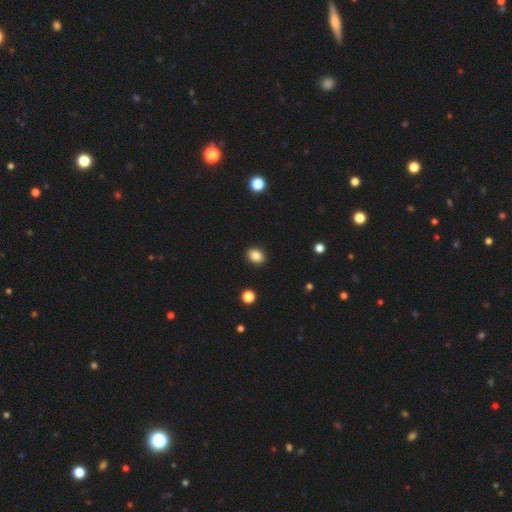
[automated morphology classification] A smooth galaxy with no disk features (86%) that is in between round and cigar-shaped (57%). Merging: none (91%).